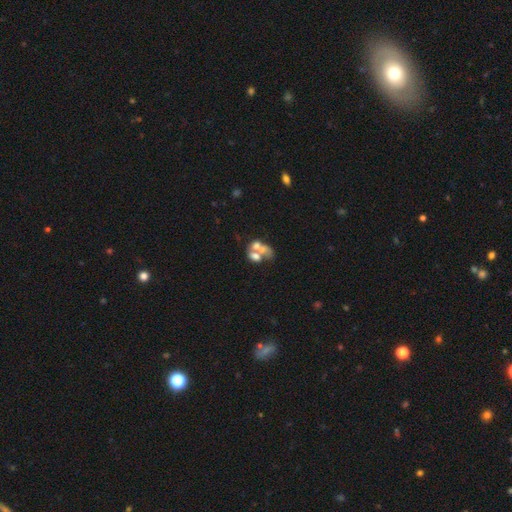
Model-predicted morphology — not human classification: The model was most divided on "smooth or featured" (2-way tie): smooth: 44%, featured or disk: 44%, star or artifact: 12%. More confident: merging — merger (64%).